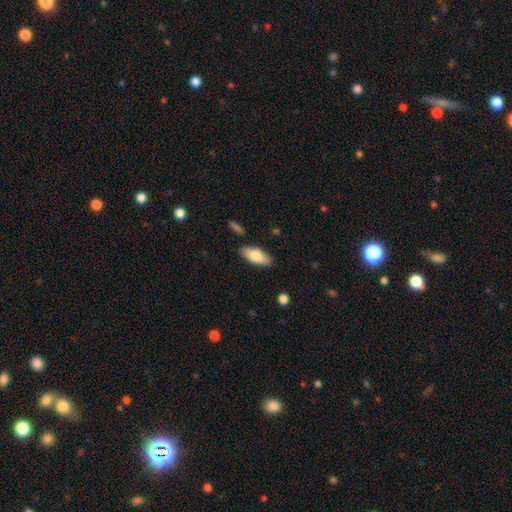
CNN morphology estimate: smooth_or_featured: smooth (p=0.75) [alt: featured or disk p=0.18]
how_rounded: in between (p=0.83) [alt: cigar-shaped p=0.14]
merging: none (p=0.86) [alt: minor disturbance p=0.10]